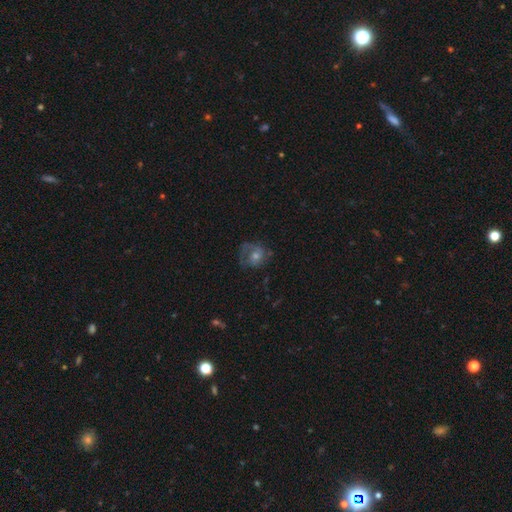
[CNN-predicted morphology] type=featured or disk (58%); edge-on=no (97%); bar=no (73%); spiral arms=yes (79%); bulge=moderate (55%); merging=none (61%).